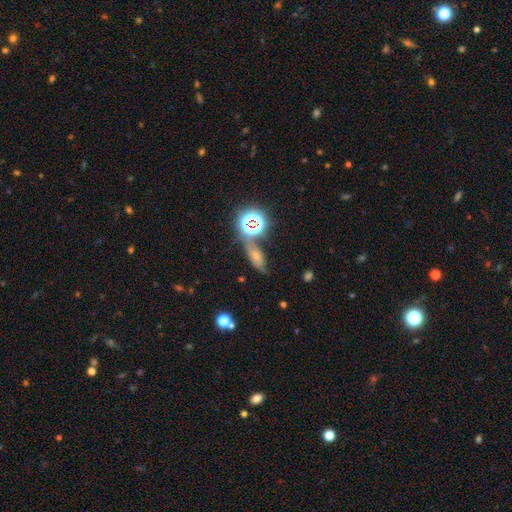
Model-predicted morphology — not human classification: Smooth or featured? Predicted: smooth (p=0.50). Merging? Predicted: none (p=0.54).